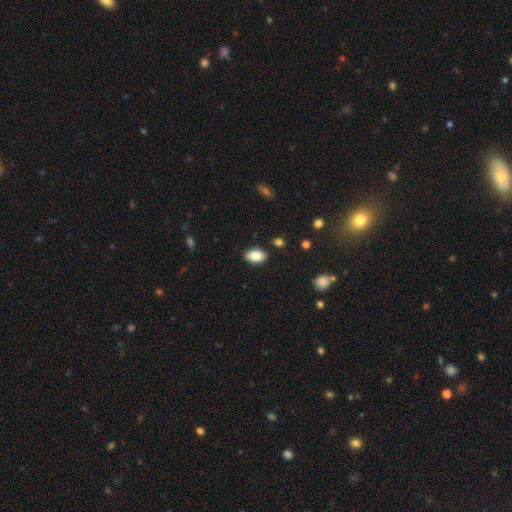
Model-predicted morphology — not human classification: This is clearly a smooth galaxy (82%). How rounded: clearly in between (91%). Merging: clearly none (87%).